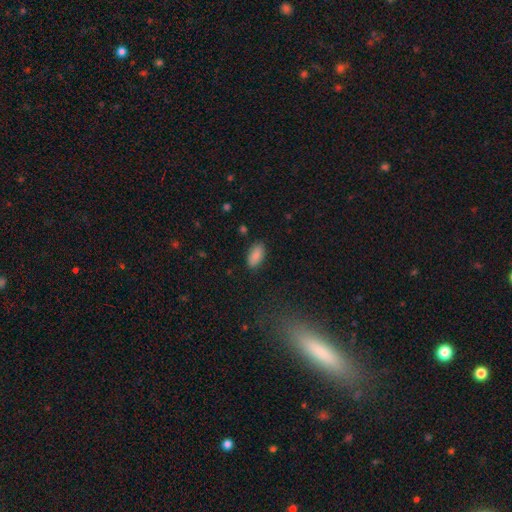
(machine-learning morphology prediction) Smooth or featured: smooth — 87% (star or artifact — 7%)
How rounded: in between — 93% (cigar-shaped — 5%)
Merging: none — 86% (minor disturbance — 10%)